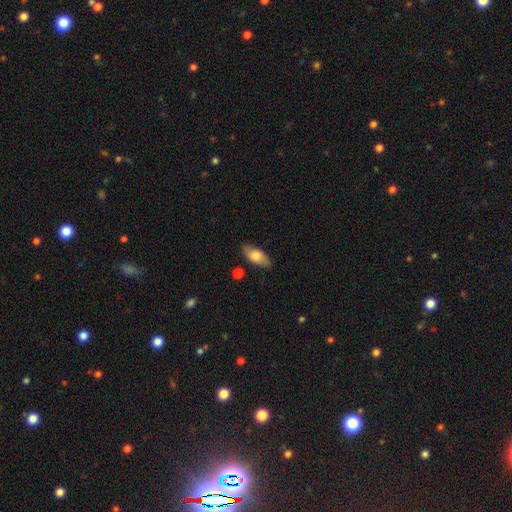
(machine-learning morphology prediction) Overall: smooth (72%). How rounded: in between (86%). Merging: none (82%).